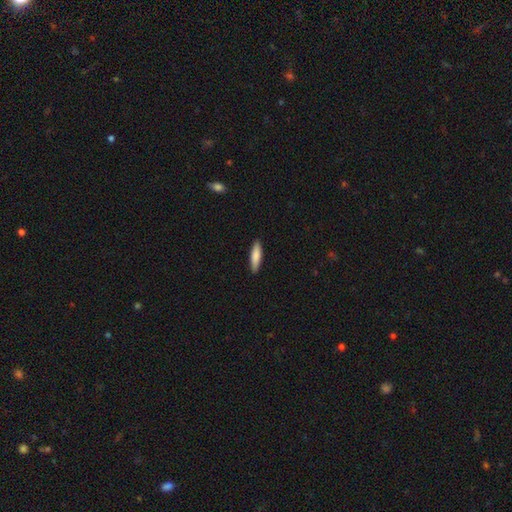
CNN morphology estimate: Overall: smooth (81%). How rounded: cigar-shaped (75%). Merging: none (90%).